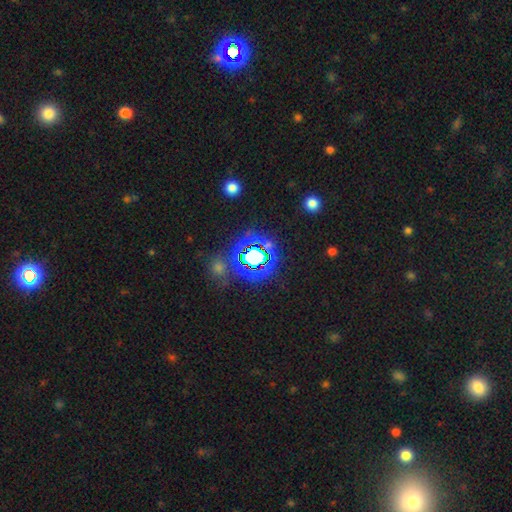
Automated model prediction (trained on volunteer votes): A star or artifact, not a galaxy (72%).

Vote fractions:
- Smooth or featured? star or artifact: 72% / smooth: 19% / featured or disk: 9%